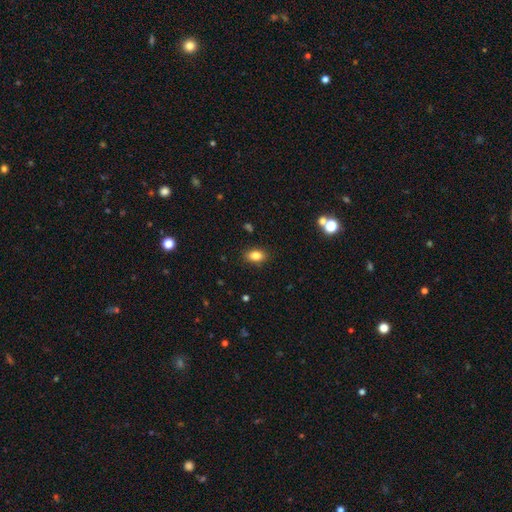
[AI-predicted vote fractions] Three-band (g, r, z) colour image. It shows a smooth galaxy with no disk features (83%) that is in between round and cigar-shaped (86%). Merging: none (88%).